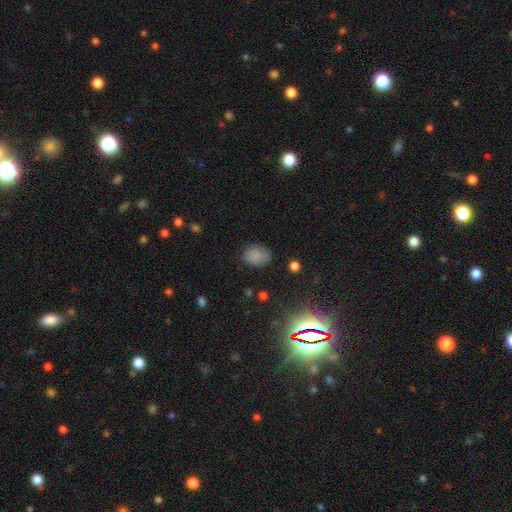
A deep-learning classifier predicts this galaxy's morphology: Smooth or featured? Predicted: smooth (p=0.84). How rounded? Predicted: in between (p=0.68). Merging? Predicted: none (p=0.81).